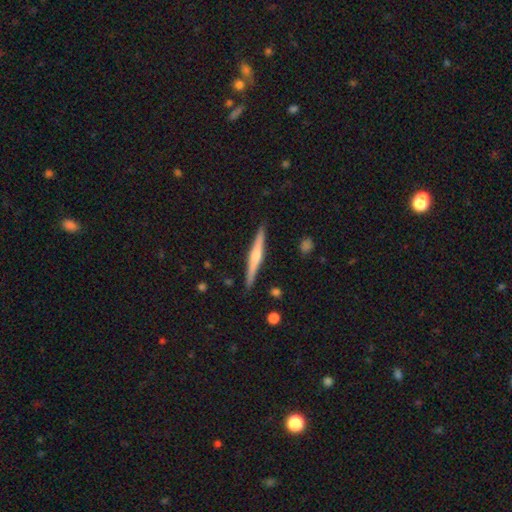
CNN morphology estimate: Smooth or featured? Predicted: featured or disk (p=0.66). Edge-on disk? Predicted: yes (p=0.98). Edge-on bulge? Predicted: rounded (p=0.80). Merging? Predicted: none (p=0.90).